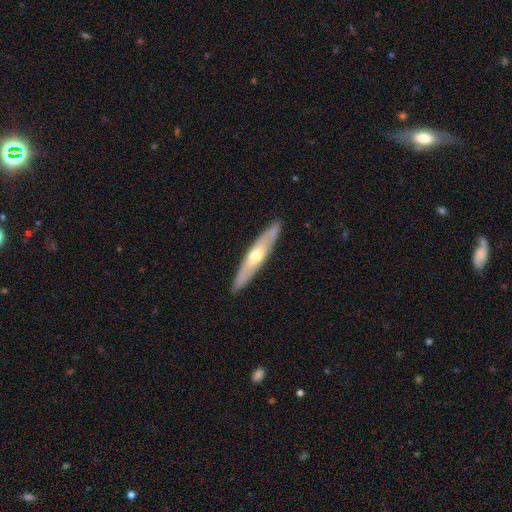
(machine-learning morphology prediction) Overall: featured or disk (56%; smooth 39%). Edge-on disk: yes (79%). Merging: none (90%).